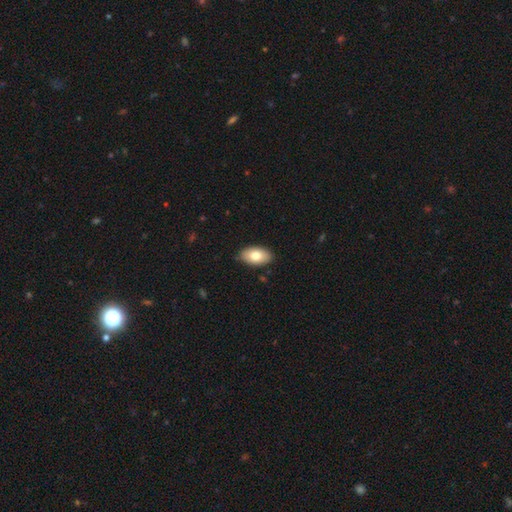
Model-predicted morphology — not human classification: A smooth galaxy with no disk features (79%) that is in between round and cigar-shaped (94%).

Vote fractions:
- Smooth or featured? smooth: 79% / featured or disk: 15% / star or artifact: 6%
- How rounded? in between: 94% / round: 5% / cigar-shaped: 2%
- Merging? none: 86% / minor disturbance: 11% / major disturbance: 2% / merger: 1%